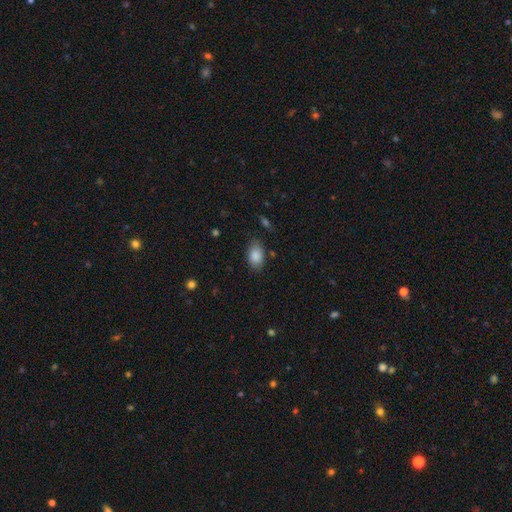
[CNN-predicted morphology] type=smooth (86%); roundness=in between (89%); merging=none (81%).